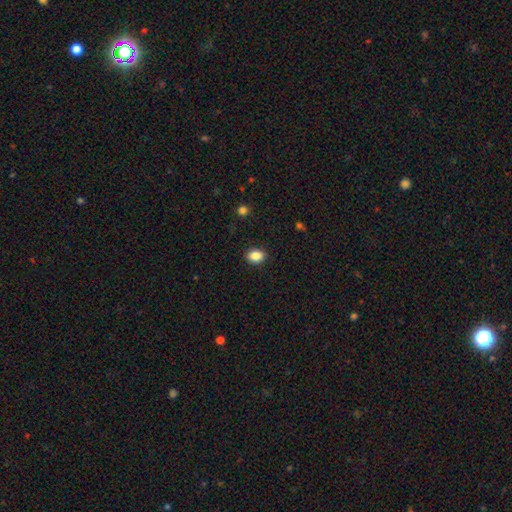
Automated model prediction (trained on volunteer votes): Morphology: type=smooth (86%); roundness=in between (69%); merging=none (89%).